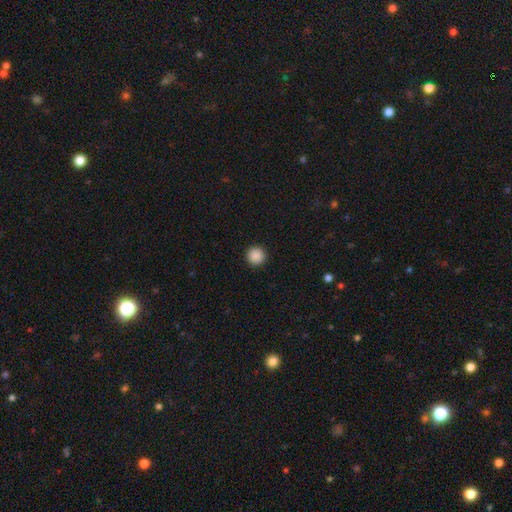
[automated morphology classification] This appears to be a smooth galaxy with no disk features (89%) that is round (96%). Merging: none (93%).